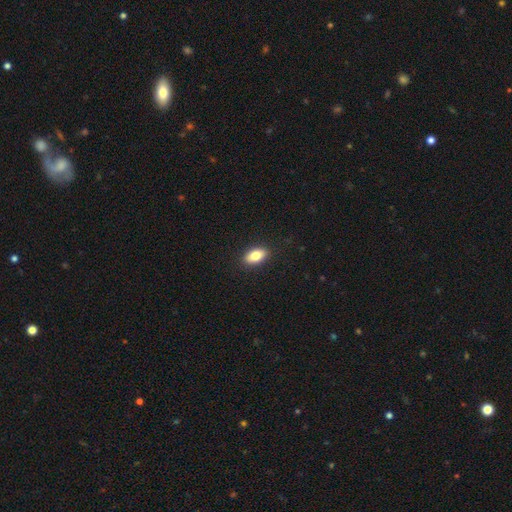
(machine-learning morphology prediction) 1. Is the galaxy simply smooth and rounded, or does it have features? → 80% smooth, 13% featured or disk, 7% star or artifact.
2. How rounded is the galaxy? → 88% in between, 6% cigar-shaped, 6% round.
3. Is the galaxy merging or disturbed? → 90% none, 8% minor disturbance, 2% major disturbance, 1% merger.